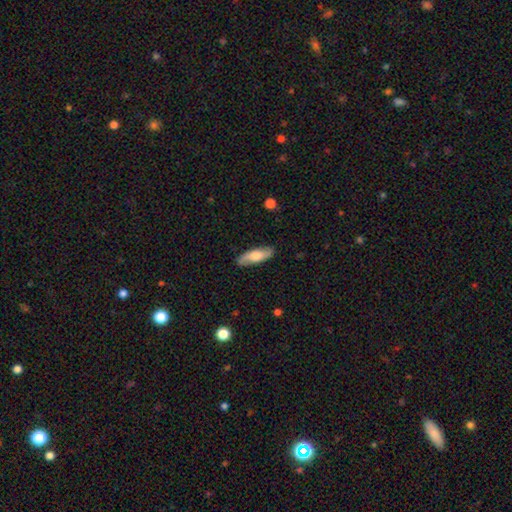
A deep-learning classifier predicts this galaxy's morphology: Smooth or featured? Predicted: smooth (p=0.59). How rounded? Predicted: in between (p=0.55). Merging? Predicted: none (p=0.84).